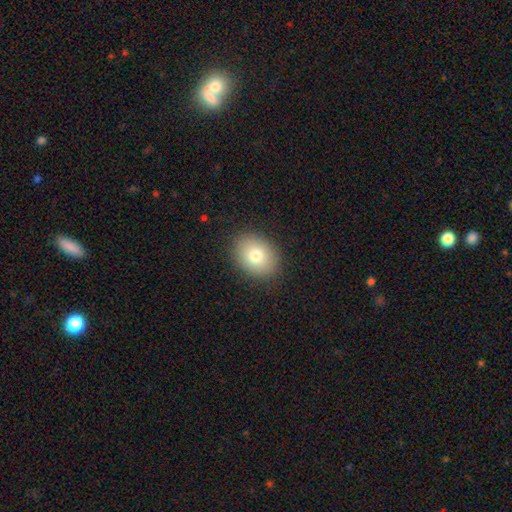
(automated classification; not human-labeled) Smooth or featured? smooth (79%)
How rounded? in between (61%)
Merging? none (88%)